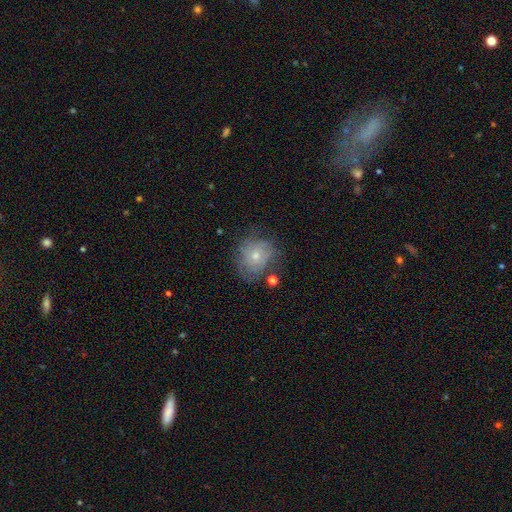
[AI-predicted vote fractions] Smooth or featured: featured or disk — 48% (smooth — 39%)
Merging: none — 65% (minor disturbance — 21%)